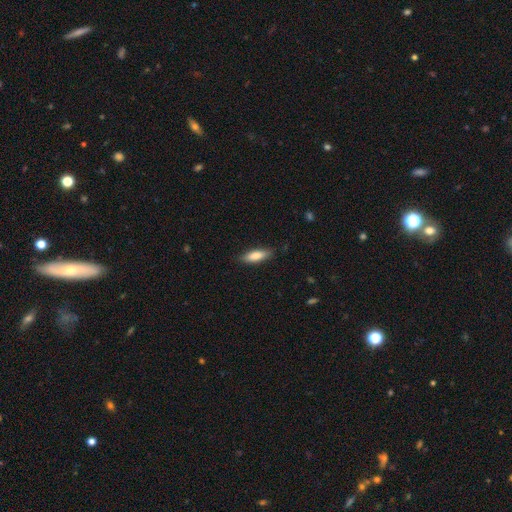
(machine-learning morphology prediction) Overall: smooth (80%). How rounded: in between (52%; cigar-shaped 47%). Merging: none (83%).